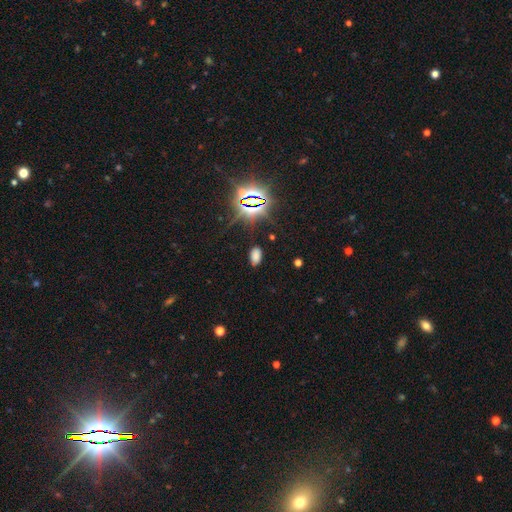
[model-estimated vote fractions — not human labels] Smooth or featured? Predicted: smooth (p=0.65). How rounded? Predicted: in between (p=0.93). Merging? Predicted: none (p=0.83).